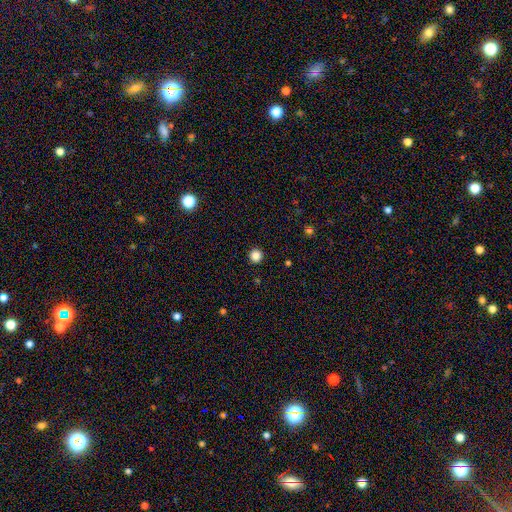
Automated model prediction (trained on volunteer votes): Overall: smooth (85%). How rounded: round (95%). Merging: none (93%).